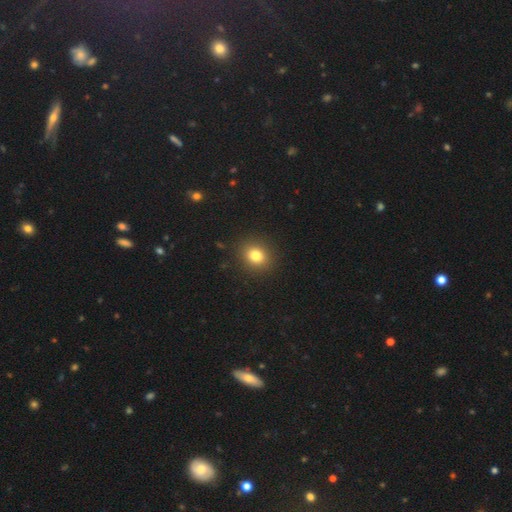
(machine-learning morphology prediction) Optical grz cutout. It shows a smooth galaxy with no disk features (81%) that is round (68%). Merging: none (90%).